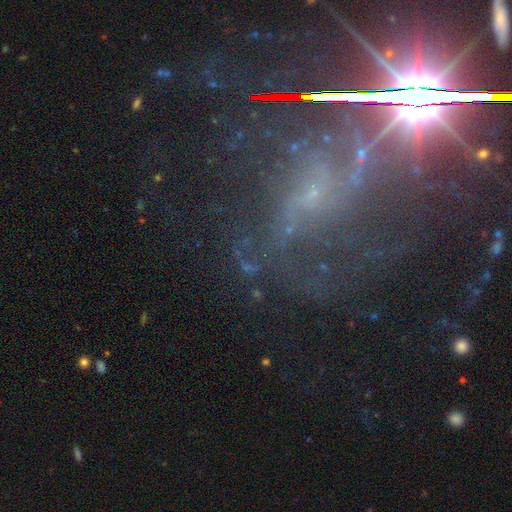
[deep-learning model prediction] A featured or disk galaxy (49%).

Vote fractions:
- Smooth or featured? featured or disk: 49% / star or artifact: 43% / smooth: 9%
- Merging? none: 59% / major disturbance: 20% / minor disturbance: 17% / merger: 4%